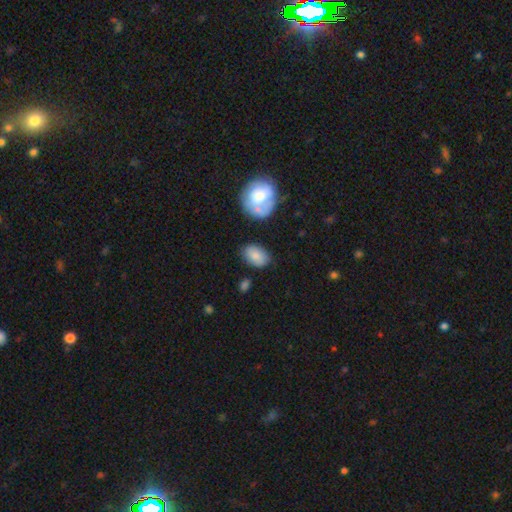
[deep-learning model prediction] Smooth or featured? smooth (83%)
How rounded? in between (88%)
Merging? none (76%)